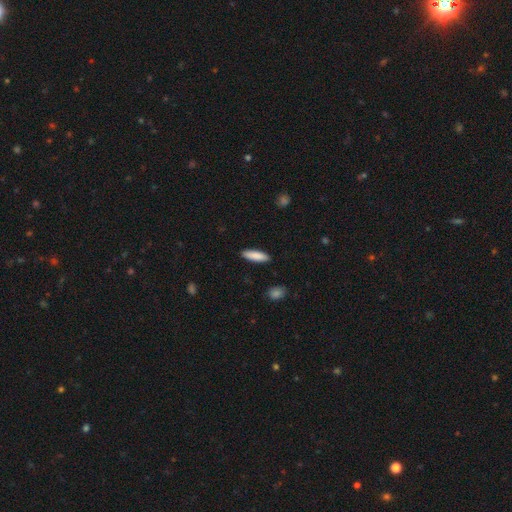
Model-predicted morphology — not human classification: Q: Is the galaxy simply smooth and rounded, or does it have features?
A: smooth — 87%.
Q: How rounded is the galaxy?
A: cigar-shaped — 65%.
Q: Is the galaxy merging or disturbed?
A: none — 90%.